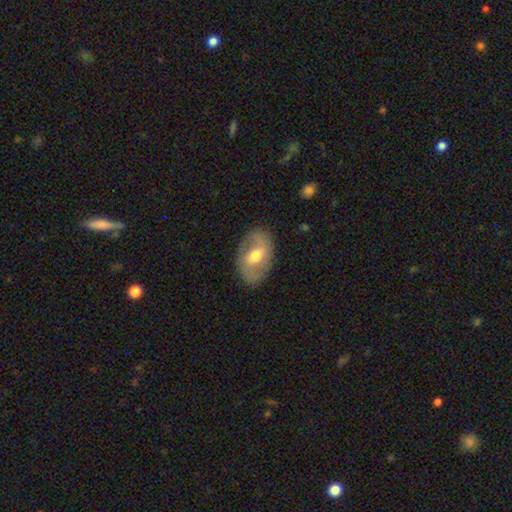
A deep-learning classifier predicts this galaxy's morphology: smooth_or_featured: featured or disk (p=0.53) [alt: smooth p=0.41]
disk_edge_on: no (p=0.92) [alt: yes p=0.08]
merging: none (p=0.81) [alt: minor disturbance p=0.13]